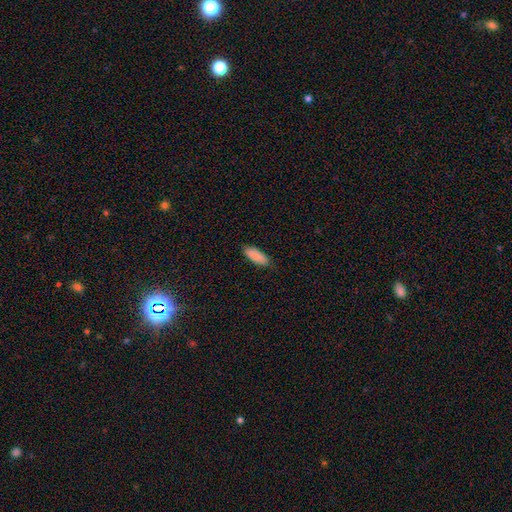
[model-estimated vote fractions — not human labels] Morphology: type=smooth (89%); roundness=in between (68%); merging=none (84%).